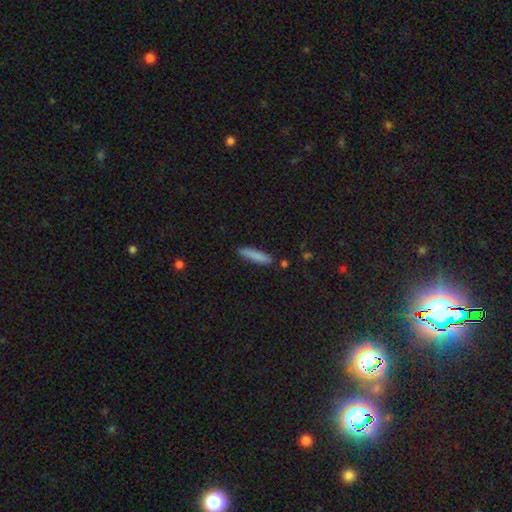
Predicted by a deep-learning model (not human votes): smooth_or_featured: smooth (p=0.85) [alt: featured or disk p=0.09]
how_rounded: cigar-shaped (p=0.84) [alt: in between p=0.14]
merging: none (p=0.85) [alt: minor disturbance p=0.10]